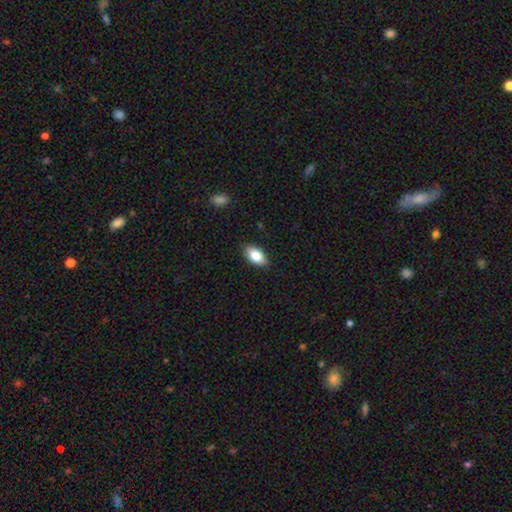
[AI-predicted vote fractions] A smooth galaxy with no disk features (85%) that is in between round and cigar-shaped (92%).

Vote fractions:
- Smooth or featured? smooth: 85% / featured or disk: 9% / star or artifact: 7%
- How rounded? in between: 92% / round: 4% / cigar-shaped: 3%
- Merging? none: 87% / minor disturbance: 10% / major disturbance: 2% / merger: 1%